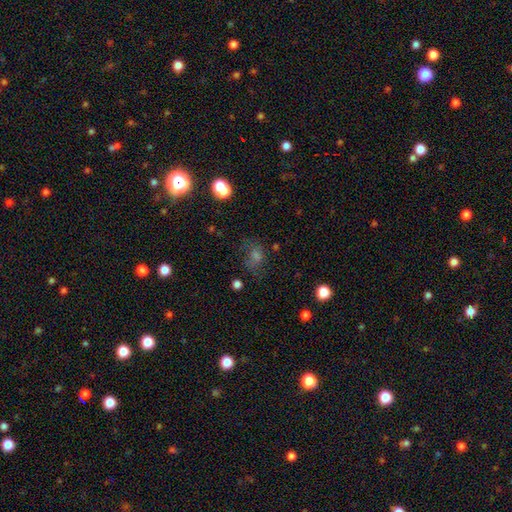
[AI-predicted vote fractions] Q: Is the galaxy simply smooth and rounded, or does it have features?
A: smooth — 43%.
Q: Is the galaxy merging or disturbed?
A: none — 59%.